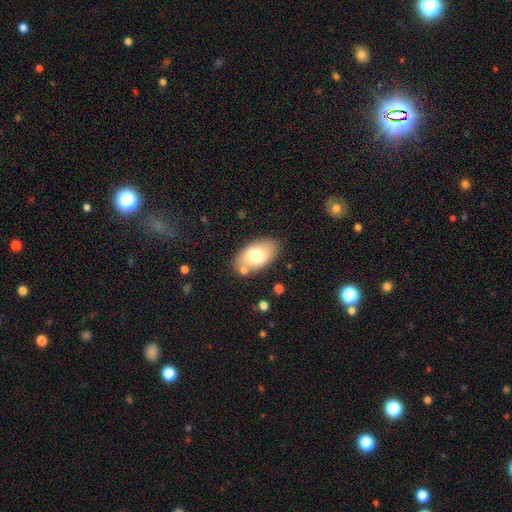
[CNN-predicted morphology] This appears to be a smooth galaxy with no disk features (71%) that is in between round and cigar-shaped (93%). Merging: none (78%).